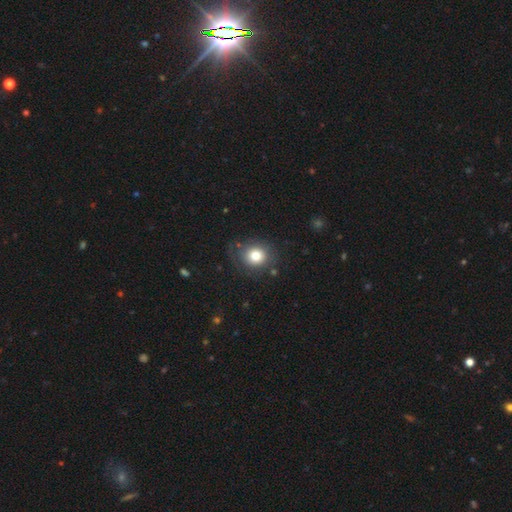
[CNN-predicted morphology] Overall: smooth (78%). How rounded: round (78%). Merging: none (78%).